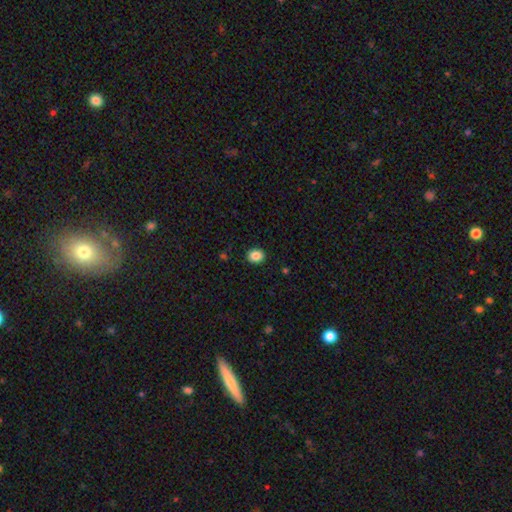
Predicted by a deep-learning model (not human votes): Smooth or featured? Predicted: smooth (p=0.88). How rounded? Predicted: round (p=0.62). Merging? Predicted: none (p=0.91).